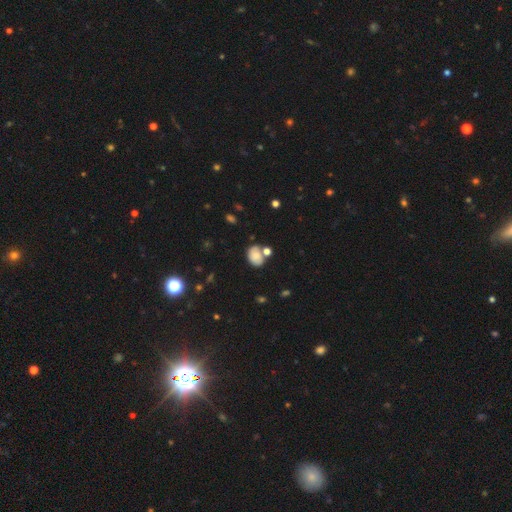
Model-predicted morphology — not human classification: Smooth or featured? Predicted: smooth (p=0.72). How rounded? Predicted: in between (p=0.66). Merging? Predicted: none (p=0.55).